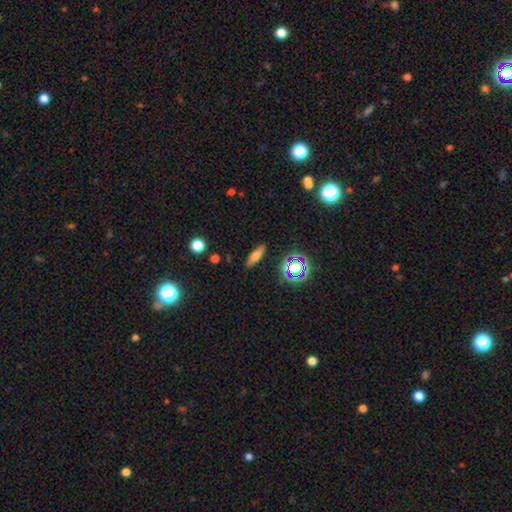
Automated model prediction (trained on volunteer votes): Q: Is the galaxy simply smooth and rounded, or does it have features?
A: smooth — 68%.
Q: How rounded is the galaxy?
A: cigar-shaped — 56%.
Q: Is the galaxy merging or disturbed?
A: none — 88%.